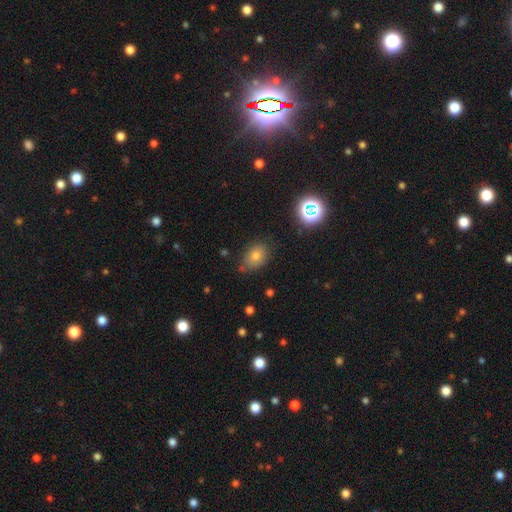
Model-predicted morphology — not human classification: type=smooth (72%); roundness=in between (68%); merging=none (78%).